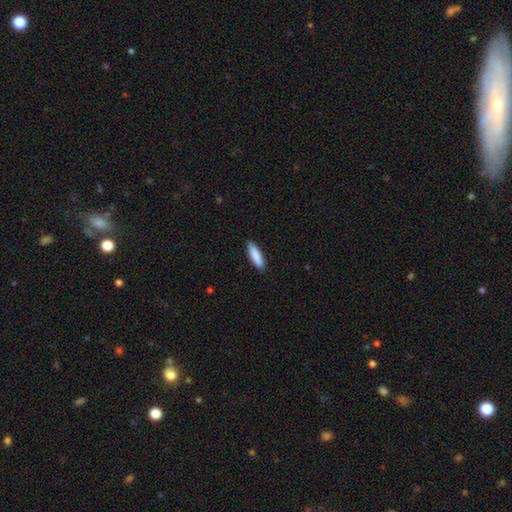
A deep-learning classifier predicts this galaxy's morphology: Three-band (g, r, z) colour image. It shows a smooth galaxy with no disk features (87%) that is cigar-shaped (66%). Merging: none (89%).